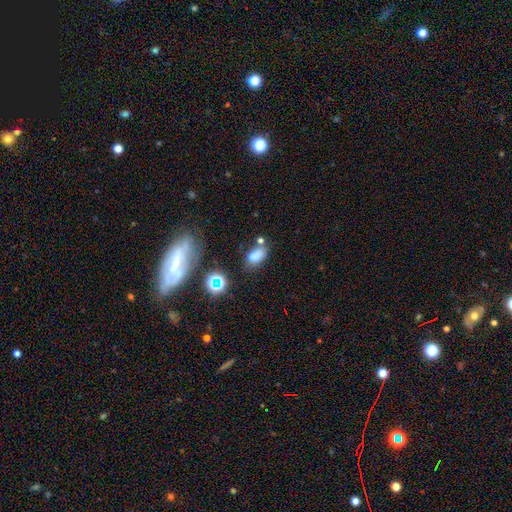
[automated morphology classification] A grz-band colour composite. It shows a smooth galaxy with no disk features (74%) that is in between round and cigar-shaped (86%). Merging: none (58%).